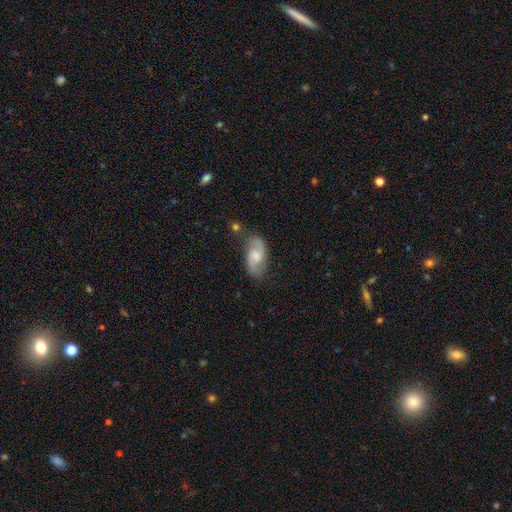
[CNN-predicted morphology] Overall: featured or disk (64%; smooth 29%). Edge-on disk: no (96%). Bar: no (46%, tied with weak). Spiral arms: yes (91%). Spiral arm count: 2 (88%). Spiral winding: medium (48%; loose 35%). Bulge size: moderate (43%; small 34%). Merging: none (68%).